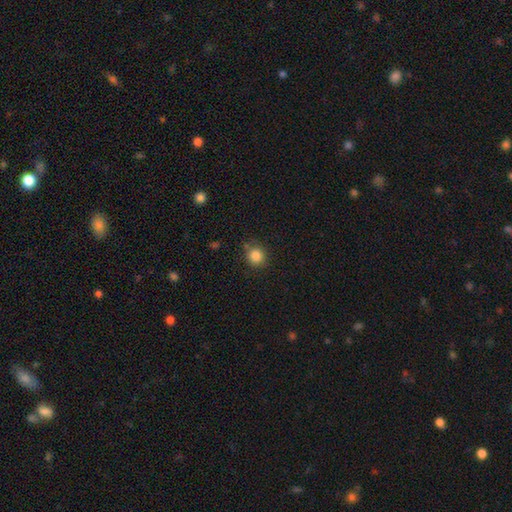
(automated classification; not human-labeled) smooth_or_featured: smooth (p=0.84) [alt: star or artifact p=0.11]
how_rounded: round (p=0.88) [alt: in between p=0.11]
merging: none (p=0.80) [alt: minor disturbance p=0.13]